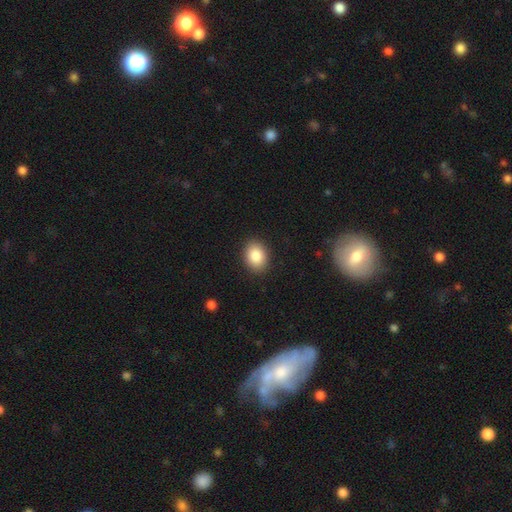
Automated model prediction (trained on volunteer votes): Smooth or featured?
  - smooth: 86% *
  - star or artifact: 8%
  - featured or disk: 6%
How rounded?
  - in between: 59% *
  - round: 40%
  - cigar-shaped: 1%
Merging?
  - none: 90% *
  - minor disturbance: 7%
  - major disturbance: 2%
  - merger: 1%